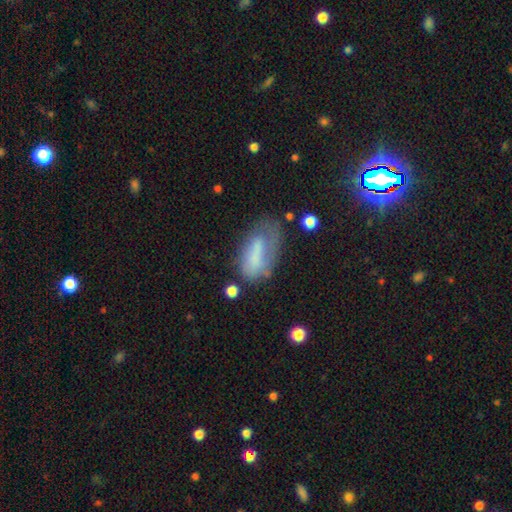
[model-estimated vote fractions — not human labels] Smooth or featured? Predicted: smooth (p=0.62). How rounded? Predicted: in between (p=0.87). Merging? Predicted: none (p=0.36).